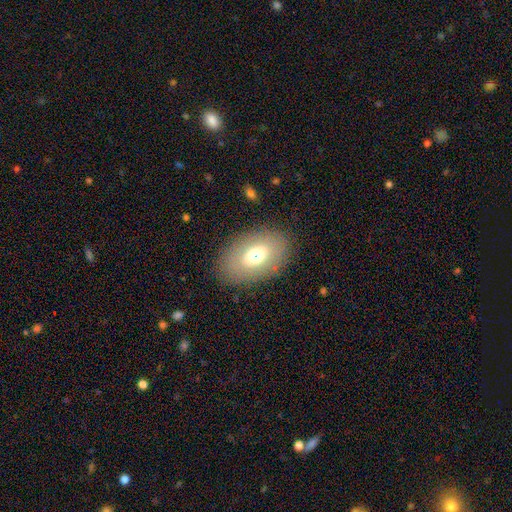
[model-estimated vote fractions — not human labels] The model was most divided on "smooth or featured": smooth: 63%, featured or disk: 27%, star or artifact: 10%. More confident: how rounded — in between (87%); merging — none (83%).